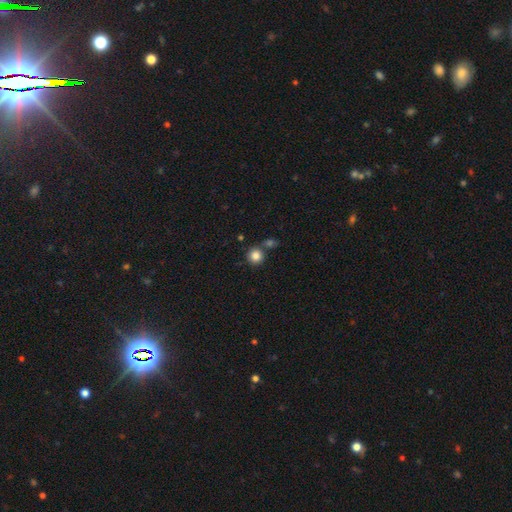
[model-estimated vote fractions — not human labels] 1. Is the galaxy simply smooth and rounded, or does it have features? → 84% smooth, 10% star or artifact, 6% featured or disk.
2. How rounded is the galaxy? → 92% round, 7% in between, 1% cigar-shaped.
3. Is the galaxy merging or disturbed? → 70% none, 18% merger, 9% minor disturbance, 3% major disturbance.